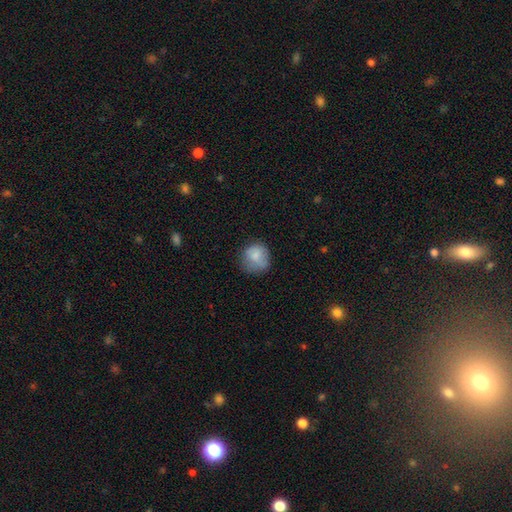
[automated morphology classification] smooth-or-featured: smooth: 80% | featured or disk: 11% | star or artifact: 8%
  how-rounded: round: 82% | in between: 17% | cigar-shaped: 1%
  merging: none: 60% | minor disturbance: 27% | major disturbance: 11% | merger: 2%